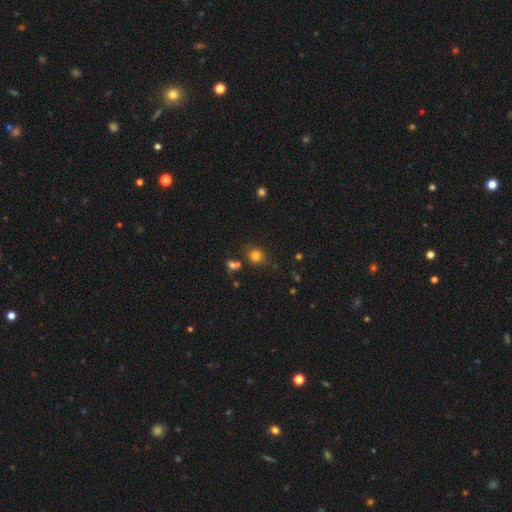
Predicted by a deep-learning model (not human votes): The model was most divided on "smooth or featured": smooth: 80%, star or artifact: 14%, featured or disk: 6%. More confident: how rounded — round (82%); merging — none (77%).